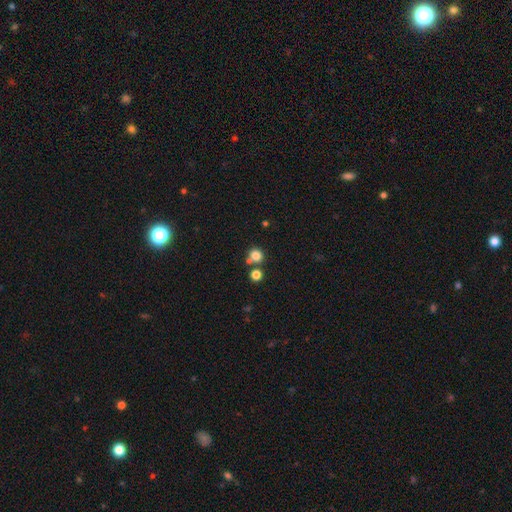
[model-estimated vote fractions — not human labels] smooth 80%, star or artifact 14%, featured or disk 6%. Down the decision tree: how rounded — round (89%); merging — none (64%).